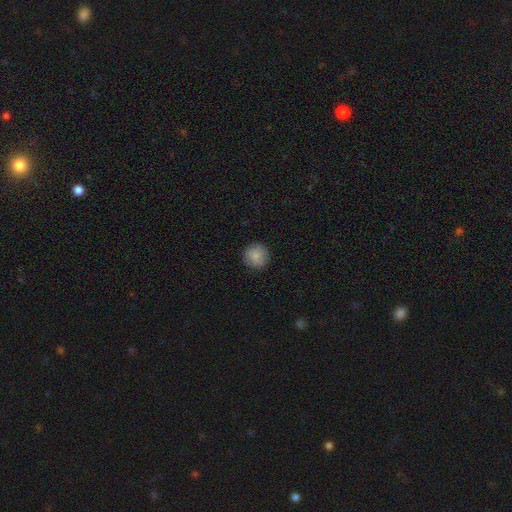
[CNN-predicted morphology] This appears to be a smooth galaxy with no disk features (87%) that is round (94%). Merging: none (90%).